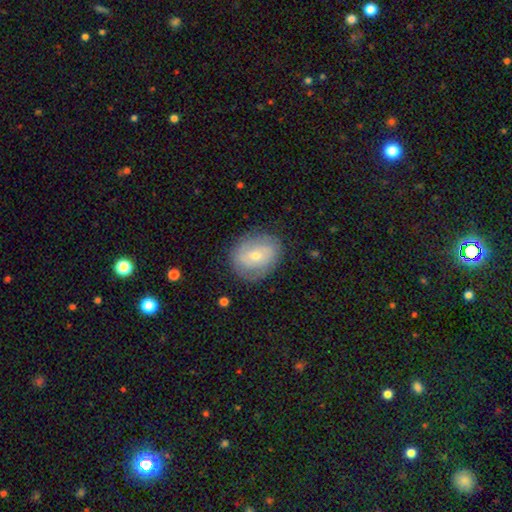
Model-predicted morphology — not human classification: This appears to be a featured or disk galaxy (53%) with no bar (56%), spiral arms (66%) and a small central bulge (53%). Merging: none (79%).